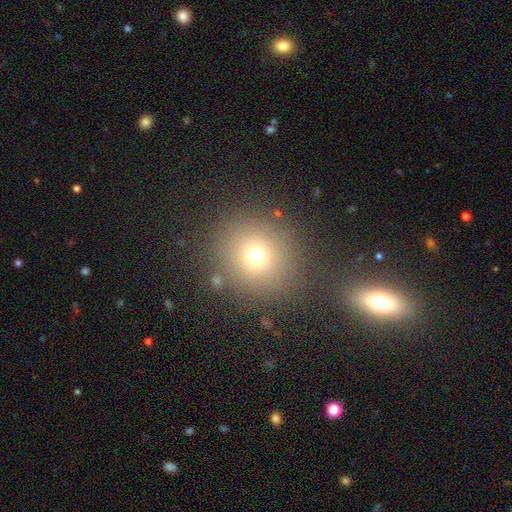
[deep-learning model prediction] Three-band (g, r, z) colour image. It shows a smooth galaxy with no disk features (70%) that is round (89%). Merging: none (82%).